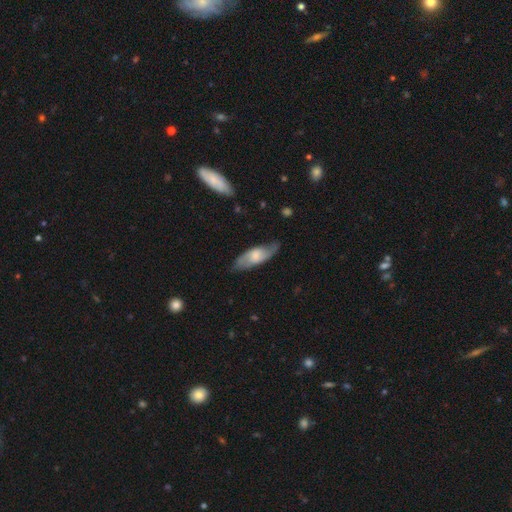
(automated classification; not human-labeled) Smooth or featured: smooth — 48% (featured or disk — 46%)
Merging: none — 75% (minor disturbance — 19%)